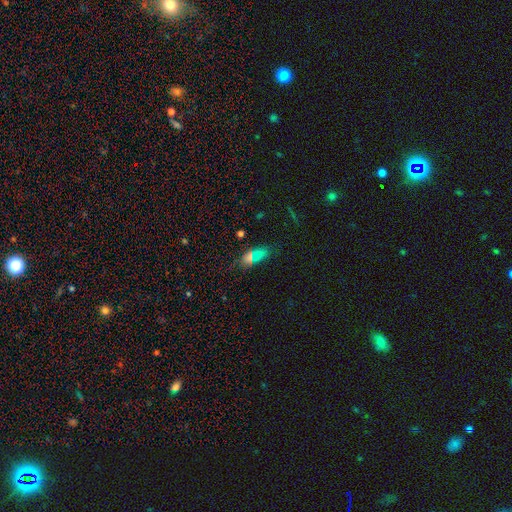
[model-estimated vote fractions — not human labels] Smooth or featured? smooth (63%)
How rounded? in between (74%)
Merging? none (68%)